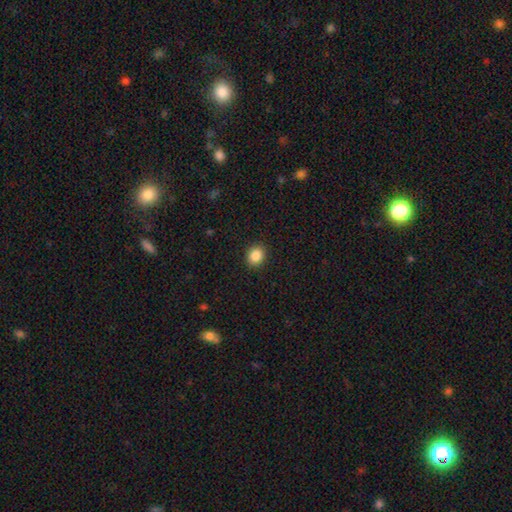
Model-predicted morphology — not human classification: smooth-or-featured: smooth: 86% | star or artifact: 10% | featured or disk: 4%
  how-rounded: round: 70% | in between: 29% | cigar-shaped: 1%
  merging: none: 91% | minor disturbance: 6% | major disturbance: 2% | merger: 1%